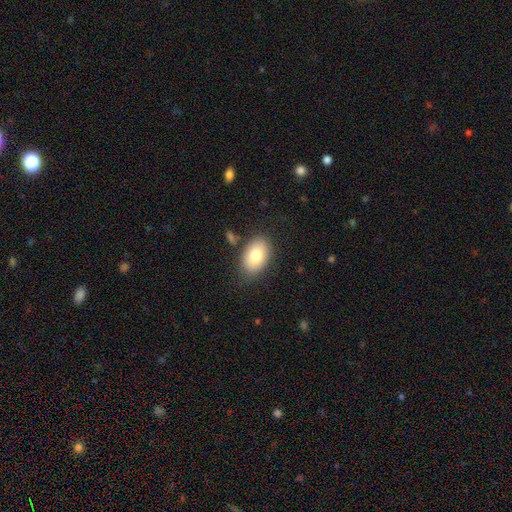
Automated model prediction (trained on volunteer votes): Smooth or featured? Predicted: smooth (p=0.80). How rounded? Predicted: in between (p=0.88). Merging? Predicted: none (p=0.80).